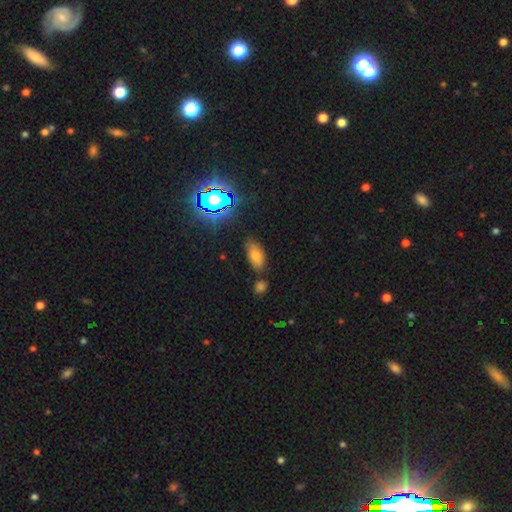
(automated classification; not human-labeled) This is likely a smooth galaxy (70%). How rounded: clearly in between (89%). Merging: likely none (70%).